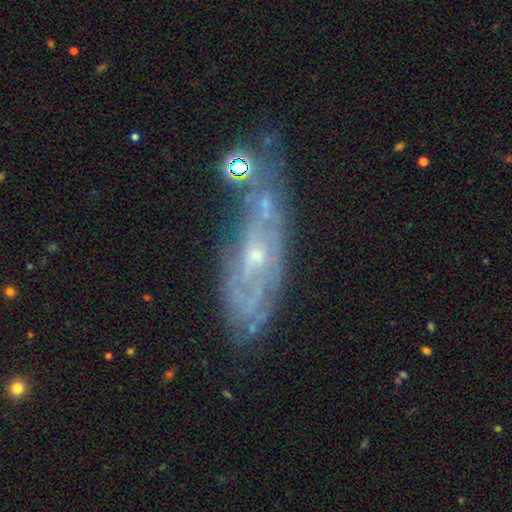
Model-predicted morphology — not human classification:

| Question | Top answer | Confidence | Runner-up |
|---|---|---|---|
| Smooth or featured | featured or disk | 76% | smooth (14%) |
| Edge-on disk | no | 80% | yes (20%) |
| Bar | no | 69% | weak (24%) |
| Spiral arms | yes | 77% | no (23%) |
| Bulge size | small | 69% | moderate (26%) |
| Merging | none | 59% | minor disturbance (21%) |